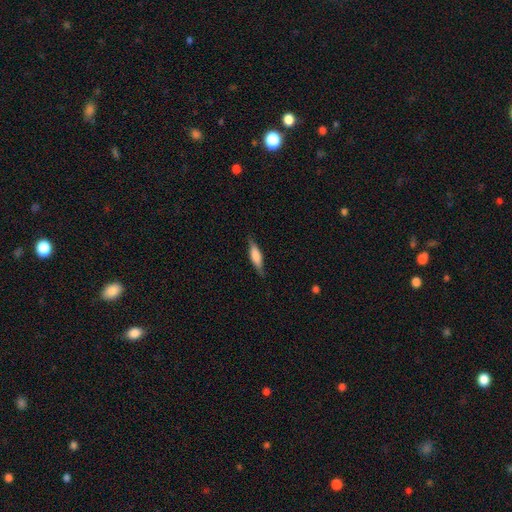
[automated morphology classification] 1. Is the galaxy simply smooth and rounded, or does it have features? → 64% smooth, 30% featured or disk, 6% star or artifact.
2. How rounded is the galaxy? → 60% cigar-shaped, 38% in between, 2% round.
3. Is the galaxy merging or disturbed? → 81% none, 15% minor disturbance, 3% major disturbance, 1% merger.